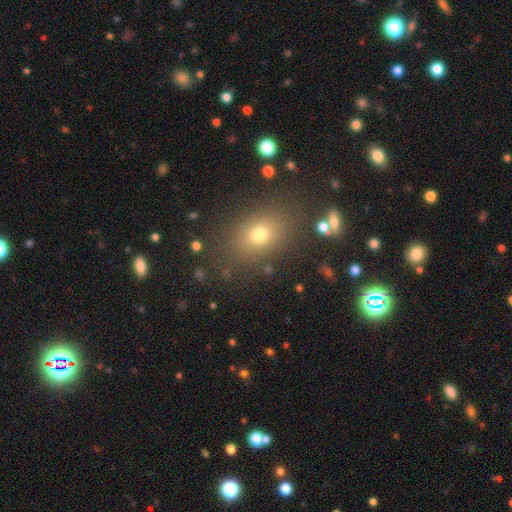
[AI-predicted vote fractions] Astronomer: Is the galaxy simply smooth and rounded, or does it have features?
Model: smooth — 57%.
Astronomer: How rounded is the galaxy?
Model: in between — 57% (runner-up: round, 41%).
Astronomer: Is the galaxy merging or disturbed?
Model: none — 85%.